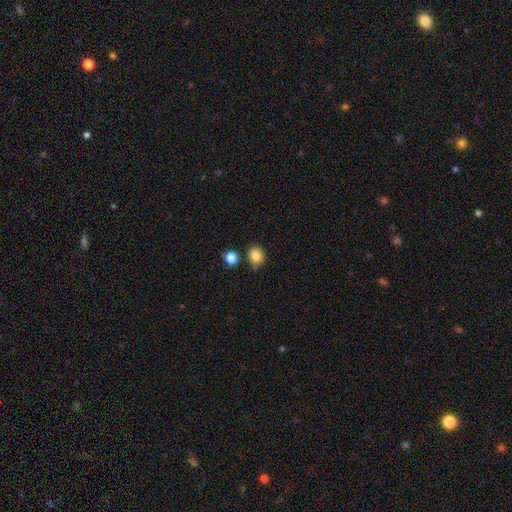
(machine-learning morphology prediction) Q: Smooth or featured?
A: smooth (84%); runner-up: star or artifact (10%)
Q: How rounded?
A: round (74%); runner-up: in between (25%)
Q: Merging?
A: none (76%); runner-up: minor disturbance (15%)